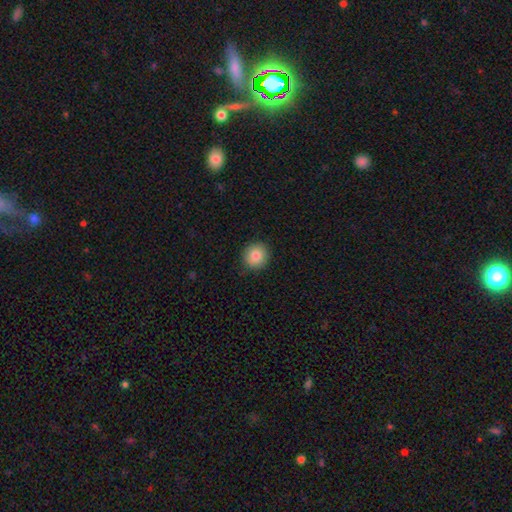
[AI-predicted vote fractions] smooth 83%, star or artifact 9%, featured or disk 7%. Down the decision tree: how rounded — round (91%); merging — none (90%).